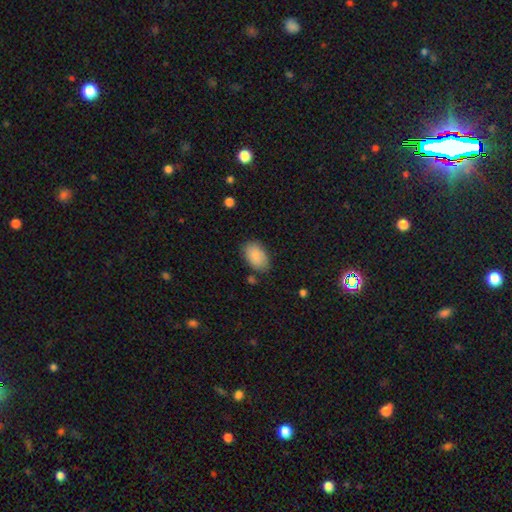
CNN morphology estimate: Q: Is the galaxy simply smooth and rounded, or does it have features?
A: smooth — 88%.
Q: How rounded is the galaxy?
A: in between — 92%.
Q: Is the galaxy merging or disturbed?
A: none — 79%.